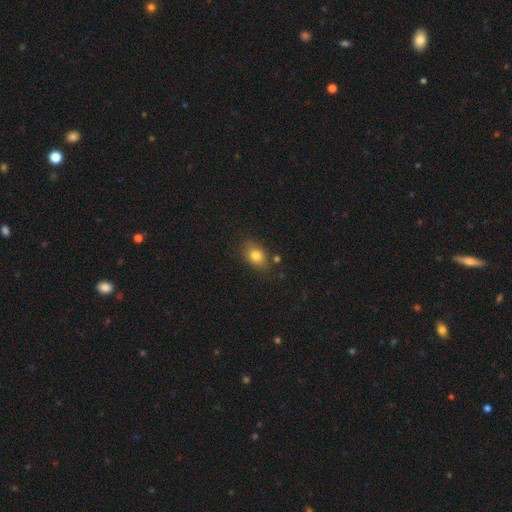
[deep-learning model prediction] Smooth or featured? Predicted: smooth (p=0.80). How rounded? Predicted: in between (p=0.74). Merging? Predicted: none (p=0.79).